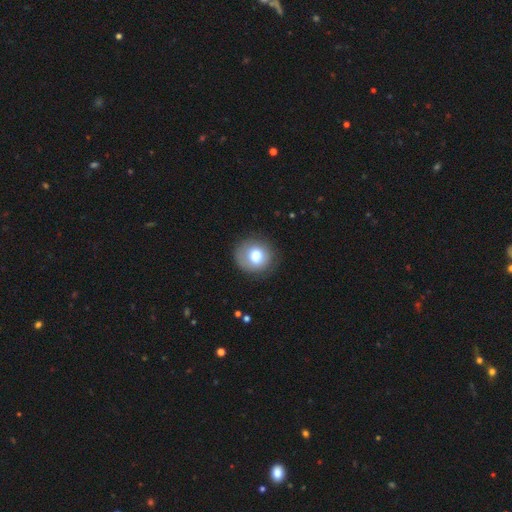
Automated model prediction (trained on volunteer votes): Overall: smooth (74%). How rounded: round (86%). Merging: none (78%).